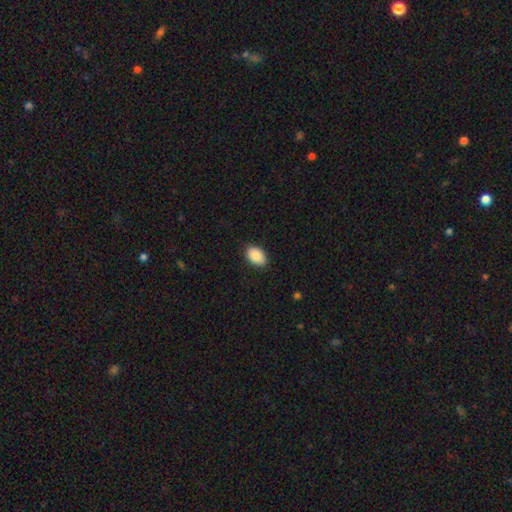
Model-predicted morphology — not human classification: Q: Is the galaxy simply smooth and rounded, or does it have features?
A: smooth — 89%.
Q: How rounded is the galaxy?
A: in between — 88%.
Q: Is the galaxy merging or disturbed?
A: none — 87%.